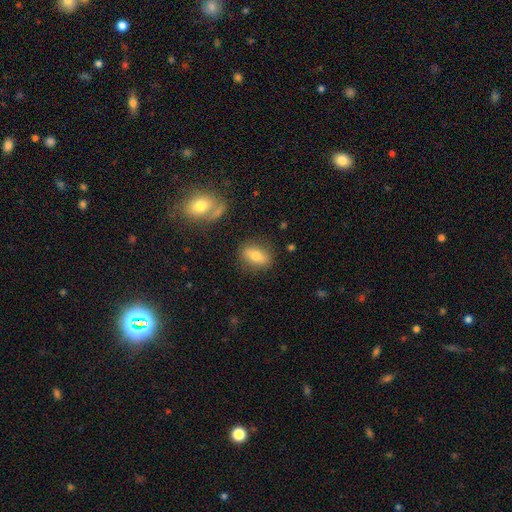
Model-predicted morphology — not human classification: This appears to be a smooth galaxy with no disk features (67%) that is in between round and cigar-shaped (76%). Merging: none (80%).